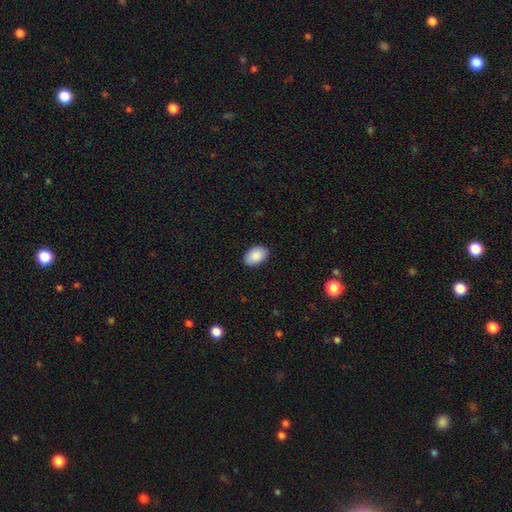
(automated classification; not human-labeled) Q: Smooth or featured?
A: smooth (89%); runner-up: star or artifact (6%)
Q: How rounded?
A: in between (90%); runner-up: round (9%)
Q: Merging?
A: none (88%); runner-up: minor disturbance (9%)